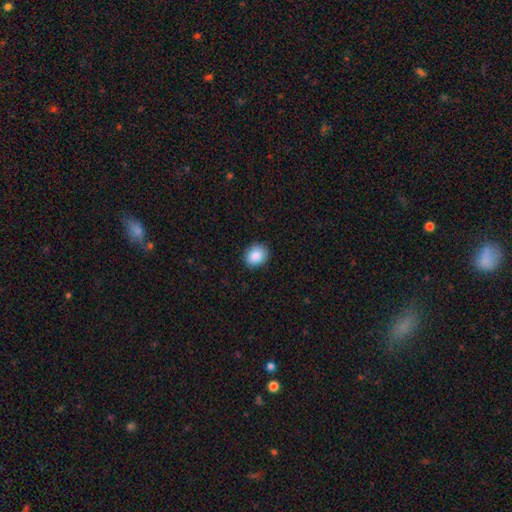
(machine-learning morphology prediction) smooth 87%, star or artifact 8%, featured or disk 4%. Down the decision tree: how rounded — round (62%); merging — none (89%).